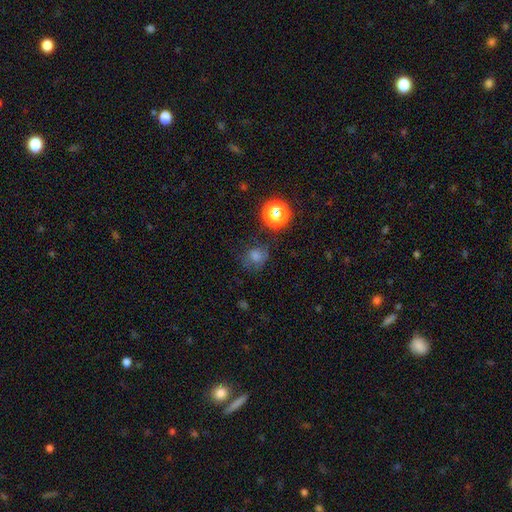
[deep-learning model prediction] A smooth galaxy with no disk features (60%) that is round (79%).

Vote fractions:
- Smooth or featured? smooth: 60% / star or artifact: 27% / featured or disk: 13%
- How rounded? round: 79% / in between: 20% / cigar-shaped: 1%
- Merging? none: 66% / minor disturbance: 20% / major disturbance: 10% / merger: 3%